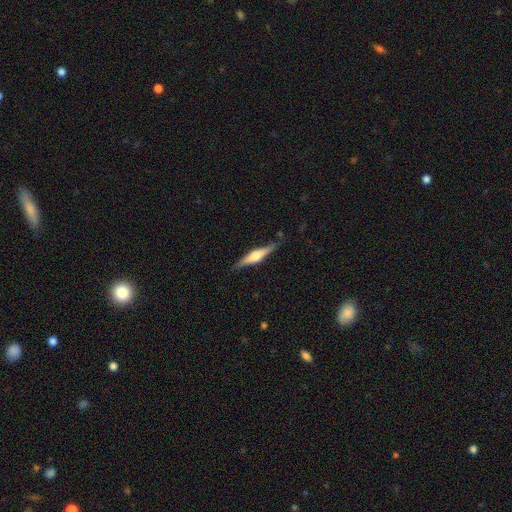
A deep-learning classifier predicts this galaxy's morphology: This appears to be a featured or disk galaxy (69%) viewed edge-on (97%) with a rounded central bulge (86%). Merging: none (82%).